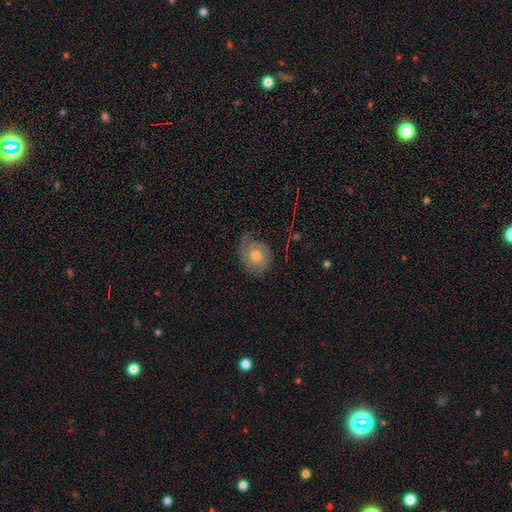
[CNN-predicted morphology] This is likely a featured or disk galaxy (68%). It is clearly not viewed edge-on (97%). Bar: likely no (79%). Spiral arm pattern: clearly yes (91%). Spiral arm count: marginally 1 (40%). Spiral winding: possibly tight (56%). Central bulge: likely moderate (69%). Merging: likely none (62%).